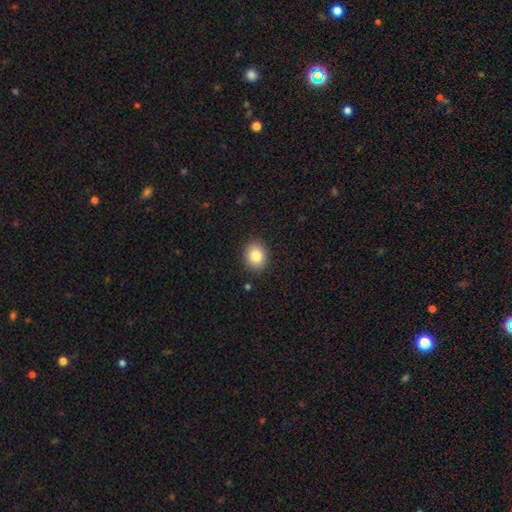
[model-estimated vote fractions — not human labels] A smooth galaxy with no disk features (85%) that is round (57%).

Vote fractions:
- Smooth or featured? smooth: 85% / star or artifact: 9% / featured or disk: 7%
- How rounded? round: 57% / in between: 42% / cigar-shaped: 1%
- Merging? none: 89% / minor disturbance: 8% / major disturbance: 2% / merger: 1%